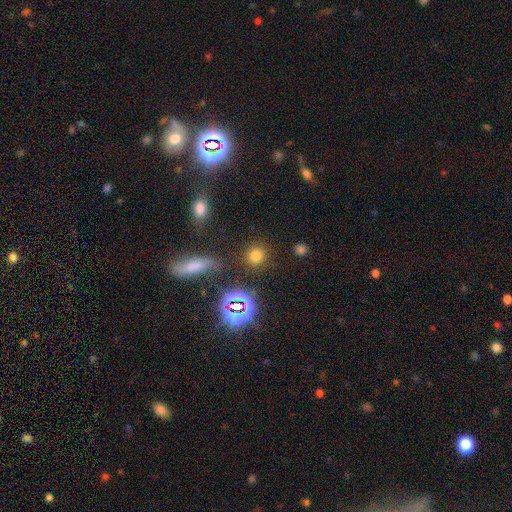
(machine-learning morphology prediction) Smooth or featured: smooth — 72% (star or artifact — 22%)
How rounded: round — 87% (in between — 11%)
Merging: none — 86% (minor disturbance — 7%)